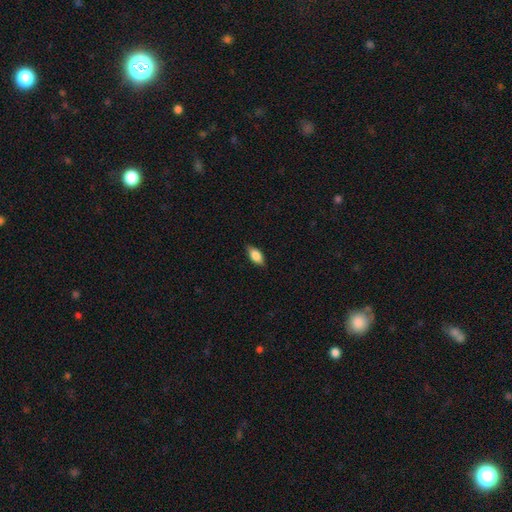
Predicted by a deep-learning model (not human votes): Smooth or featured: smooth — 79% (featured or disk — 14%)
How rounded: in between — 86% (cigar-shaped — 11%)
Merging: none — 86% (minor disturbance — 11%)